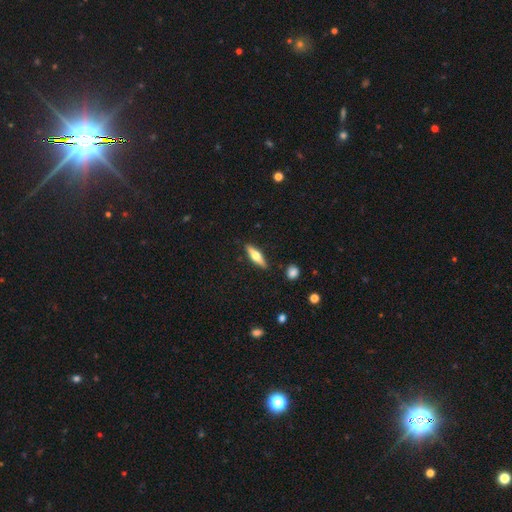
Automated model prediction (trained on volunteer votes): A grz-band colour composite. It shows a featured or disk galaxy (48%). Merging: none (87%).